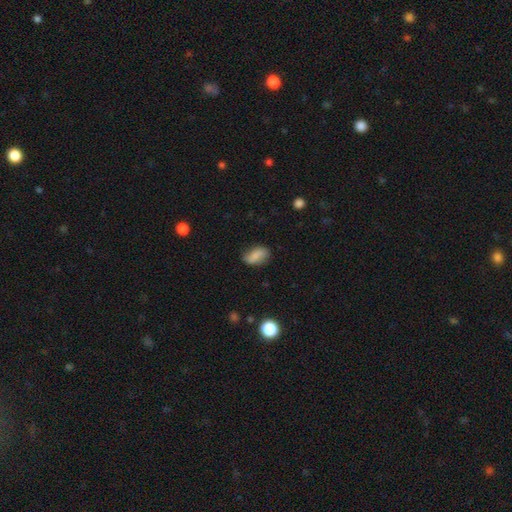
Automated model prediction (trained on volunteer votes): The model was most divided on "merging": none: 73%, minor disturbance: 21%, major disturbance: 5%, merger: 2%. More confident: how rounded — in between (89%); smooth or featured — smooth (81%).